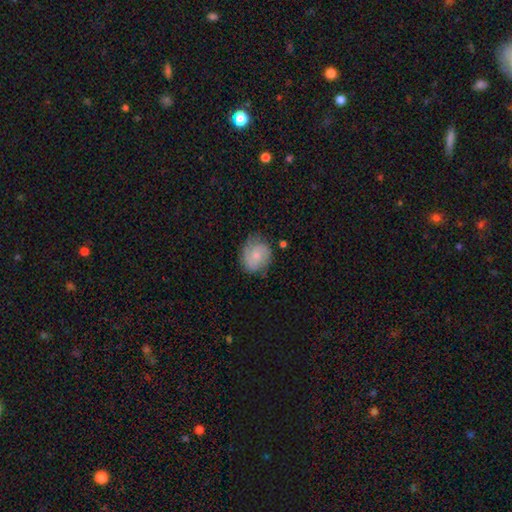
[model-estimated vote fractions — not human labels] featured or disk 47%, smooth 46%, star or artifact 7%. Down the decision tree: merging — none (67%).